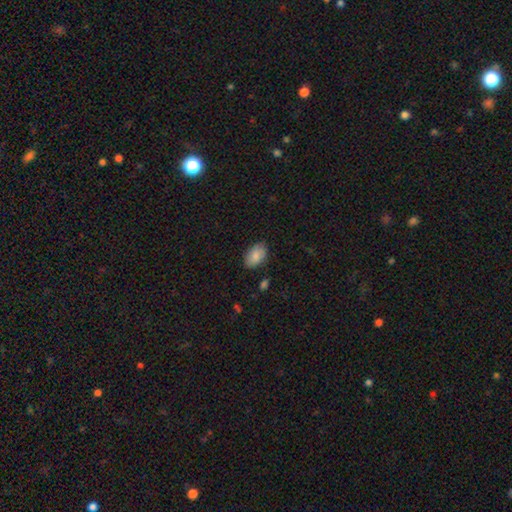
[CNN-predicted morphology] The model was most divided on "merging": none: 81%, minor disturbance: 14%, major disturbance: 3%, merger: 2%. More confident: how rounded — in between (91%); smooth or featured — smooth (83%).